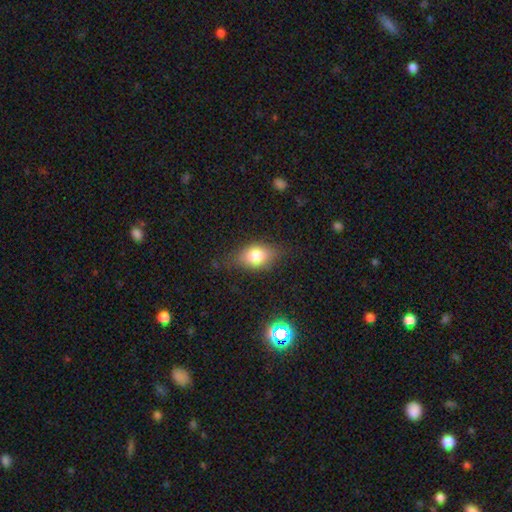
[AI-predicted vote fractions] Smooth or featured? Predicted: smooth (p=0.74). How rounded? Predicted: in between (p=0.78). Merging? Predicted: none (p=0.74).